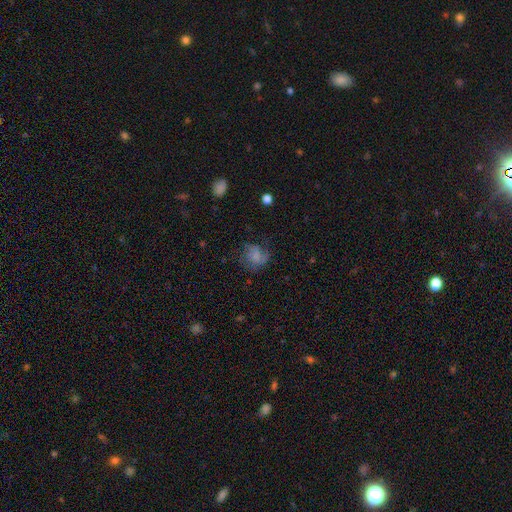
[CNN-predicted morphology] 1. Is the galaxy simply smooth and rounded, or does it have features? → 44% smooth (tied), 44% featured or disk (tied), 12% star or artifact.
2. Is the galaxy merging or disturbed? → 51% none, 24% major disturbance, 23% minor disturbance, 2% merger.